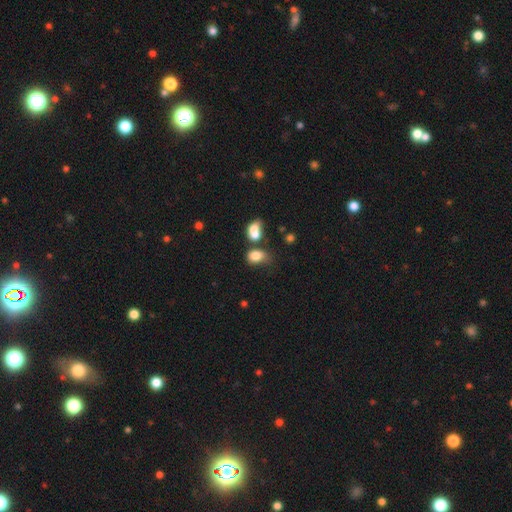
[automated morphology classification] A smooth galaxy with no disk features (79%) that is in between round and cigar-shaped (66%).

Vote fractions:
- Smooth or featured? smooth: 79% / featured or disk: 11% / star or artifact: 10%
- How rounded? in between: 66% / round: 33% / cigar-shaped: 1%
- Merging? merger: 42% / none: 30% / minor disturbance: 17% / major disturbance: 11%